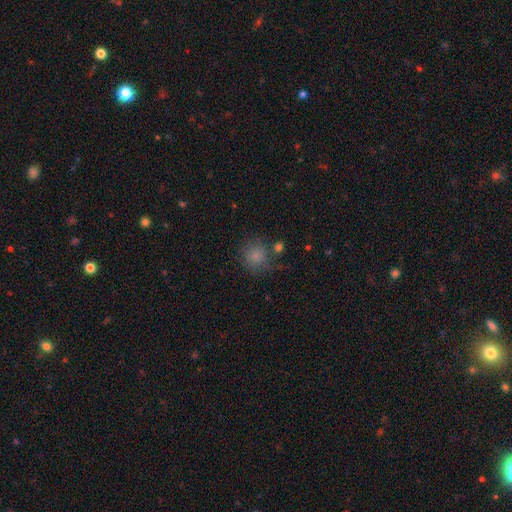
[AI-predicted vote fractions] This is clearly a smooth galaxy (81%). How rounded: clearly round (88%). Merging: likely none (67%).